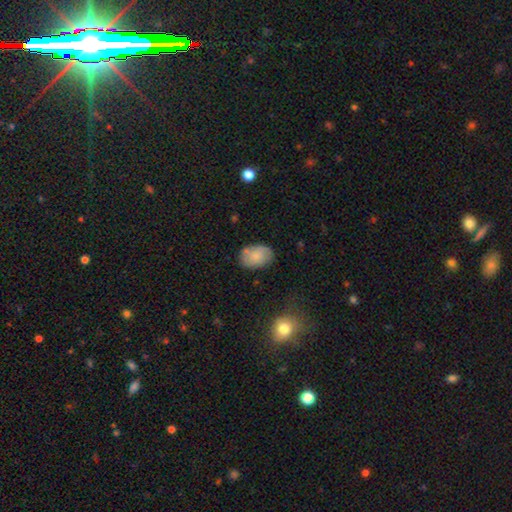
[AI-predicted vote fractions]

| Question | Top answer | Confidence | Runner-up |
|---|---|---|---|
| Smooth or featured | smooth | 74% | featured or disk (19%) |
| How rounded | in between | 84% | round (15%) |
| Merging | none | 74% | minor disturbance (18%) |